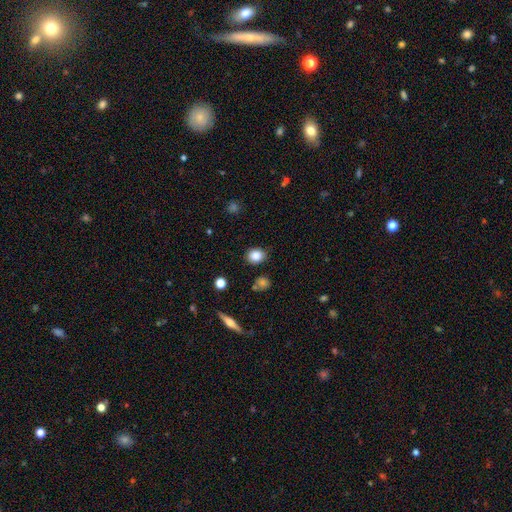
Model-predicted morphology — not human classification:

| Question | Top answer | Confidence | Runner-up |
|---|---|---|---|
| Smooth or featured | smooth | 85% | star or artifact (10%) |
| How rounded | round | 67% | in between (32%) |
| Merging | none | 83% | minor disturbance (12%) |